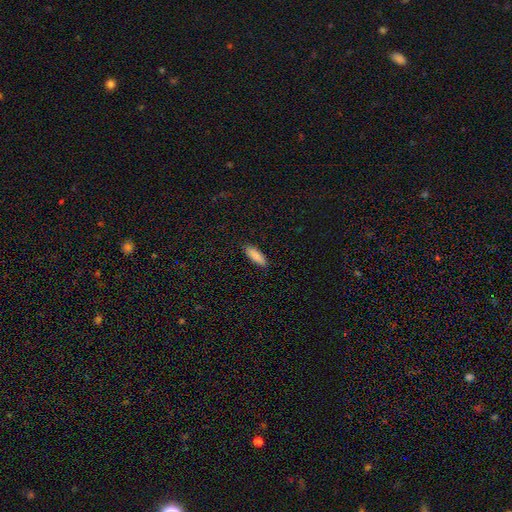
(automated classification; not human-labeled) Smooth or featured? Predicted: smooth (p=0.88). How rounded? Predicted: in between (p=0.60). Merging? Predicted: none (p=0.88).